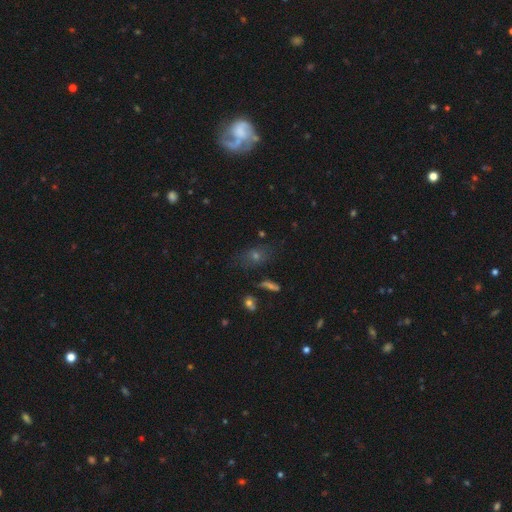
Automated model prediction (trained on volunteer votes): Smooth or featured?
  - smooth: 47% *
  - star or artifact: 31%
  - featured or disk: 22%
Merging?
  - none: 71% *
  - minor disturbance: 17%
  - major disturbance: 8%
  - merger: 4%